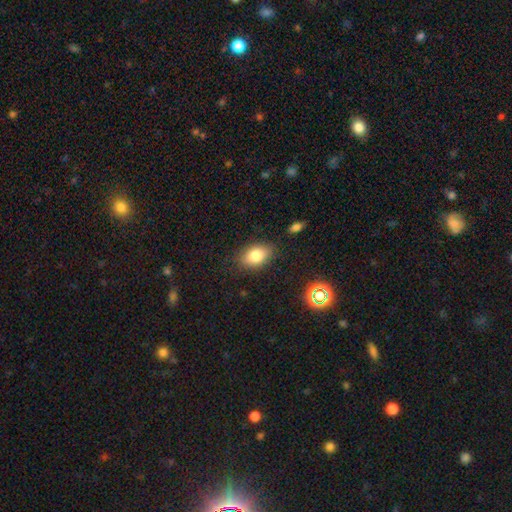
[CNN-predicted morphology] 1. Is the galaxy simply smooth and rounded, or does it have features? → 81% smooth, 10% featured or disk, 9% star or artifact.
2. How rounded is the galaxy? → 85% in between, 13% round, 2% cigar-shaped.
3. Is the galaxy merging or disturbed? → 82% none, 13% minor disturbance, 3% major disturbance, 2% merger.